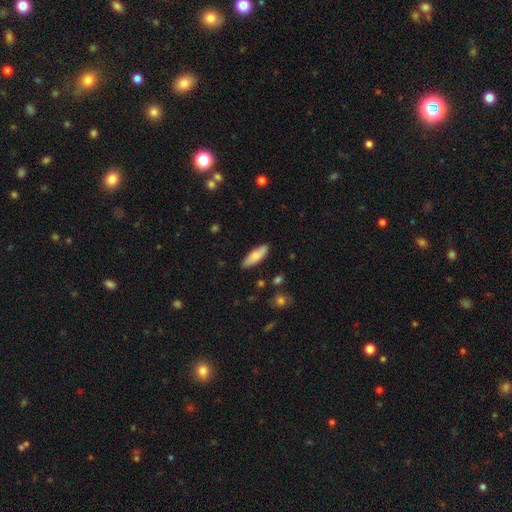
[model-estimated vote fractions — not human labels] Smooth or featured?
  - smooth: 80% *
  - featured or disk: 14%
  - star or artifact: 6%
How rounded?
  - in between: 61% *
  - cigar-shaped: 38%
  - round: 2%
Merging?
  - none: 86% *
  - minor disturbance: 11%
  - major disturbance: 2%
  - merger: 2%